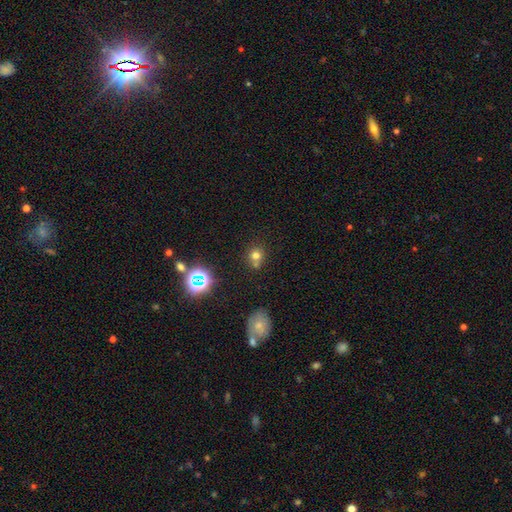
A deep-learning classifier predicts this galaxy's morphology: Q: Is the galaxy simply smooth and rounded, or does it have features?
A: smooth — 69%.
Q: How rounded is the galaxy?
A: round — 82%.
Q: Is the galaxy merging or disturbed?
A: none — 54%.